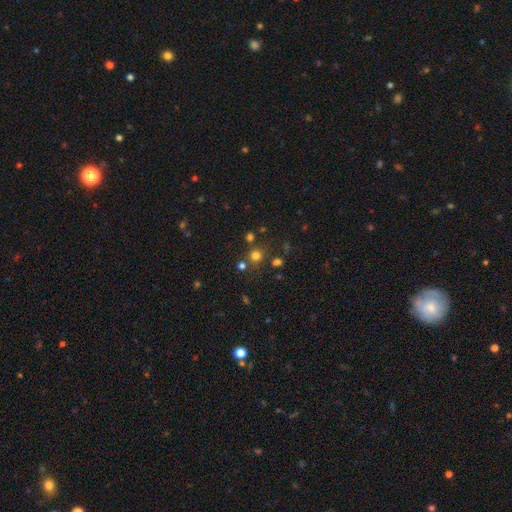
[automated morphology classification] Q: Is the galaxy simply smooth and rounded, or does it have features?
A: smooth — 70%.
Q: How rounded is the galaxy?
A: round — 90%.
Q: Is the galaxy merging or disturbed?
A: none — 78%.